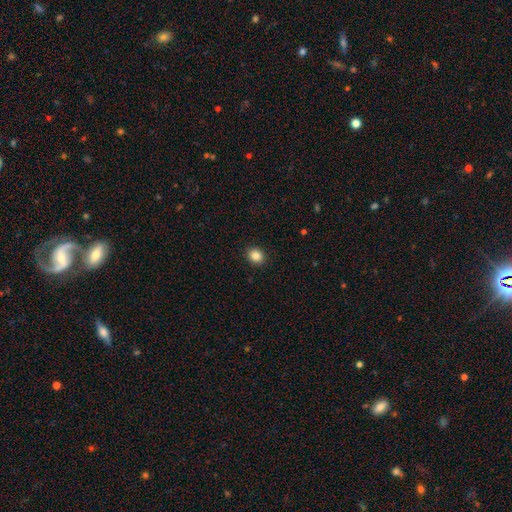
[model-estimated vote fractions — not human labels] smooth-or-featured: smooth: 85% | star or artifact: 10% | featured or disk: 5%
  how-rounded: round: 63% | in between: 36% | cigar-shaped: 1%
  merging: none: 91% | minor disturbance: 6% | major disturbance: 2% | merger: 1%